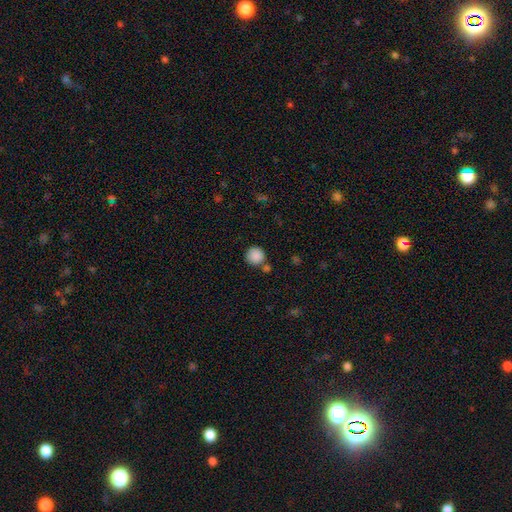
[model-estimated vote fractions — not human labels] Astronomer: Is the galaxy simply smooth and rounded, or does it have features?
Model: smooth — 88%.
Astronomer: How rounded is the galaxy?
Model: round — 93%.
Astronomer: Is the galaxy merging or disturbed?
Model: none — 76%.